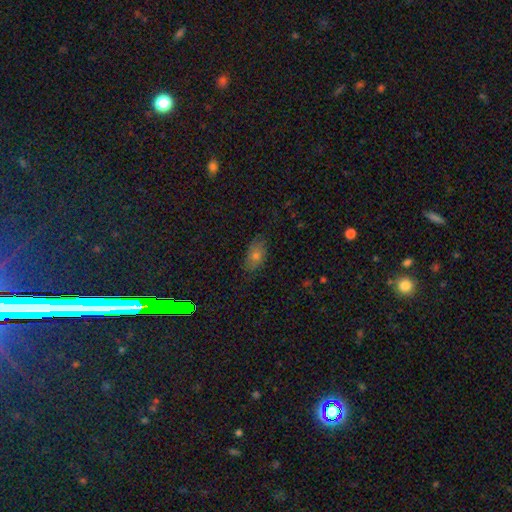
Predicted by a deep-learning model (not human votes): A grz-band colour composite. It shows a smooth galaxy with no disk features (62%) that is in between round and cigar-shaped (85%). Merging: none (78%).